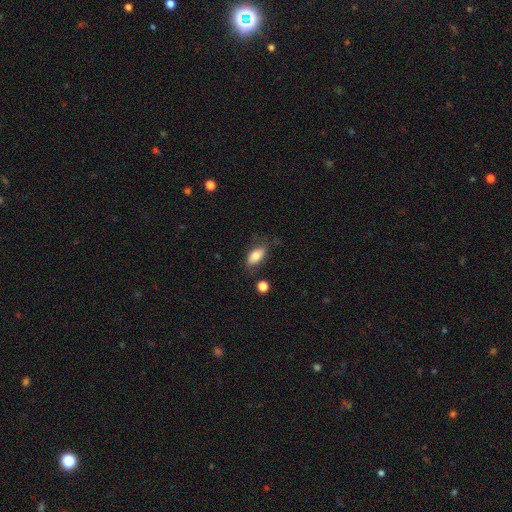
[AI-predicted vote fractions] Q: Smooth or featured?
A: smooth (78%); runner-up: featured or disk (15%)
Q: How rounded?
A: in between (90%); runner-up: cigar-shaped (6%)
Q: Merging?
A: none (69%); runner-up: minor disturbance (21%)